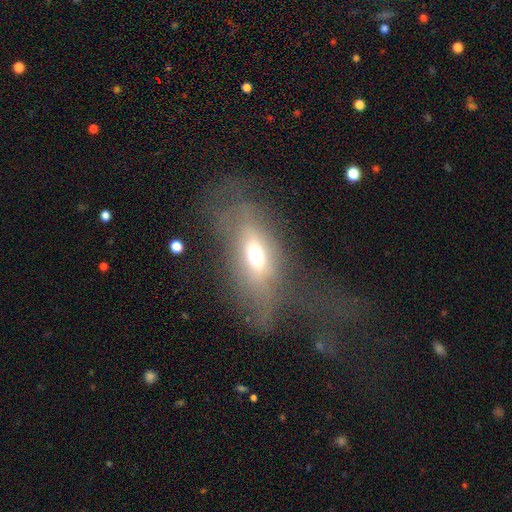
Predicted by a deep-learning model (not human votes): The model was most divided on "merging": none: 43%, major disturbance: 35%, minor disturbance: 19%, merger: 3%. More confident: how rounded — in between (74%); smooth or featured — smooth (51%).